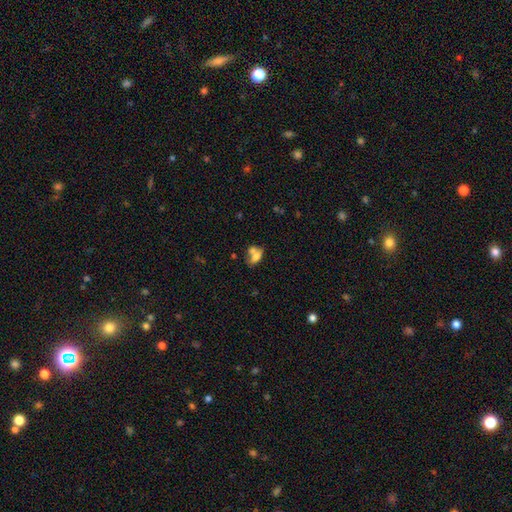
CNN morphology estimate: Overall: smooth (65%). How rounded: in between (78%). Merging: merger (51%; none 31%).